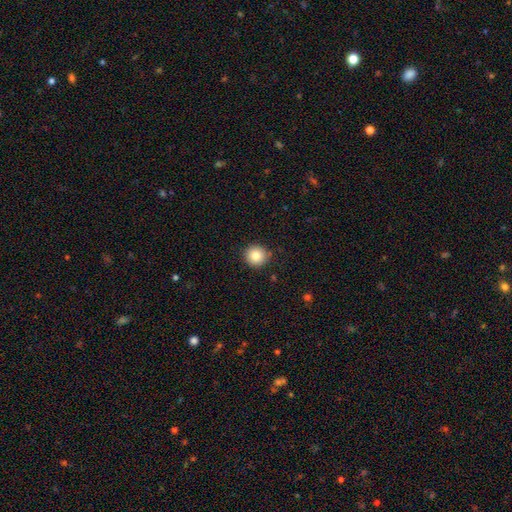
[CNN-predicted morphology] Overall: smooth (82%). How rounded: round (95%). Merging: none (89%).